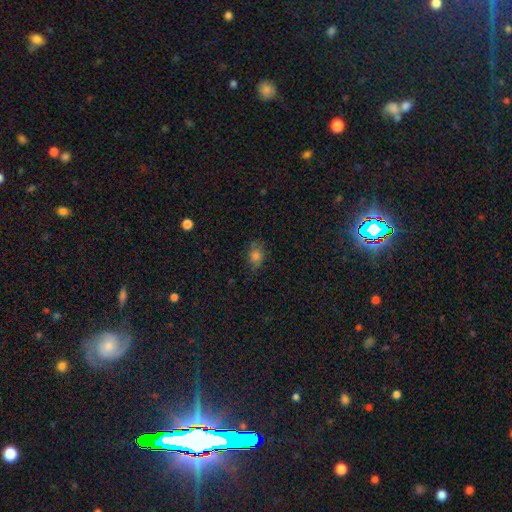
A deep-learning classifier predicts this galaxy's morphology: smooth-or-featured: smooth: 70% | star or artifact: 18% | featured or disk: 12%
  how-rounded: in between: 62% | round: 35% | cigar-shaped: 2%
  merging: none: 70% | minor disturbance: 22% | major disturbance: 7% | merger: 1%